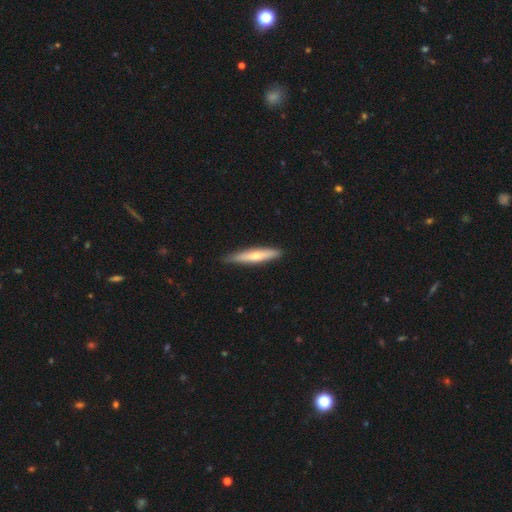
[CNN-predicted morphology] Overall: smooth (51%; featured or disk 44%). How rounded: cigar-shaped (90%). Merging: none (87%).